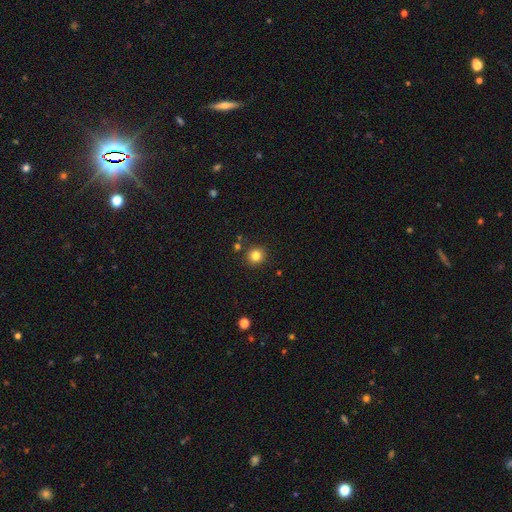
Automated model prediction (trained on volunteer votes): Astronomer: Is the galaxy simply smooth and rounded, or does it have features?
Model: smooth — 82%.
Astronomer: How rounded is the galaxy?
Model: round — 94%.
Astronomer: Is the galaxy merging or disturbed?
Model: none — 88%.